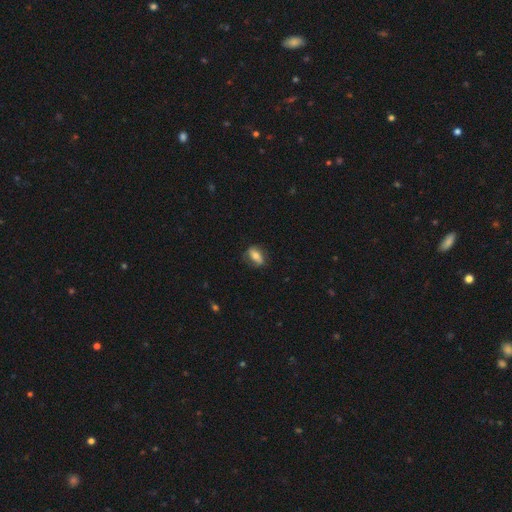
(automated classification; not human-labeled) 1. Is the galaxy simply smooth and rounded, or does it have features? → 58% smooth, 35% featured or disk, 8% star or artifact.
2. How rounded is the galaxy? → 80% in between, 11% round, 9% cigar-shaped.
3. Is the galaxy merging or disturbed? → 75% none, 19% minor disturbance, 6% major disturbance, 1% merger.